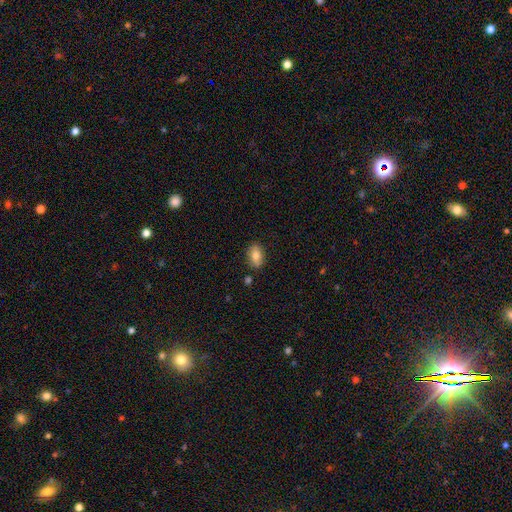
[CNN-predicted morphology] smooth_or_featured: smooth (p=0.78) [alt: featured or disk p=0.14]
how_rounded: in between (p=0.86) [alt: round p=0.12]
merging: none (p=0.82) [alt: minor disturbance p=0.12]